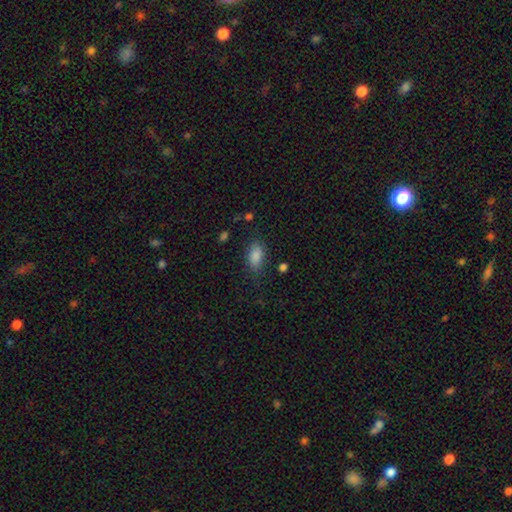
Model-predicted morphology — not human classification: smooth-or-featured: smooth: 85% | star or artifact: 9% | featured or disk: 5%
  how-rounded: in between: 89% | round: 6% | cigar-shaped: 5%
  merging: none: 77% | minor disturbance: 16% | major disturbance: 5% | merger: 2%